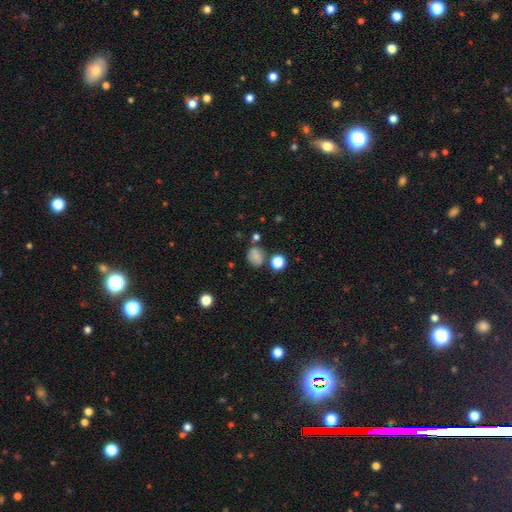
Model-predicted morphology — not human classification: smooth_or_featured: smooth (p=0.75) [alt: star or artifact p=0.15]
how_rounded: round (p=0.58) [alt: in between p=0.41]
merging: none (p=0.65) [alt: minor disturbance p=0.18]